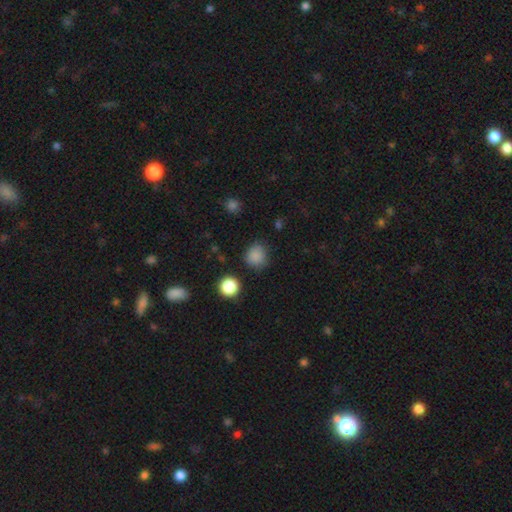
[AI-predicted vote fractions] The model was most divided on "merging": none: 79%, minor disturbance: 14%, major disturbance: 4%, merger: 2%. More confident: how rounded — round (87%); smooth or featured — smooth (83%).